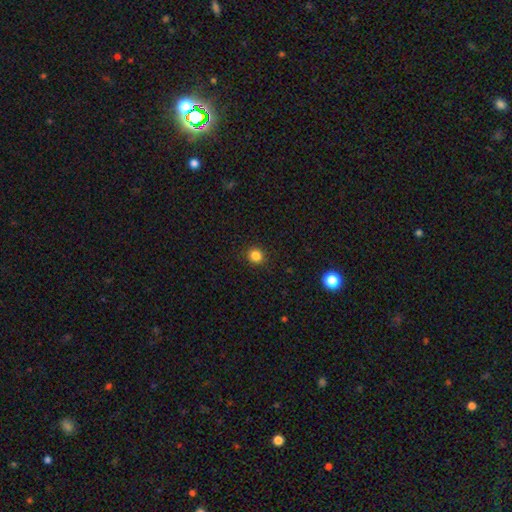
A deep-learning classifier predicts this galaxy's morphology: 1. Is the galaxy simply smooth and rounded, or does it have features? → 84% smooth, 12% star or artifact, 4% featured or disk.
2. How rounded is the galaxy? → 89% round, 10% in between, 1% cigar-shaped.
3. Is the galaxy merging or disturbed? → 91% none, 6% minor disturbance, 2% major disturbance, 1% merger.